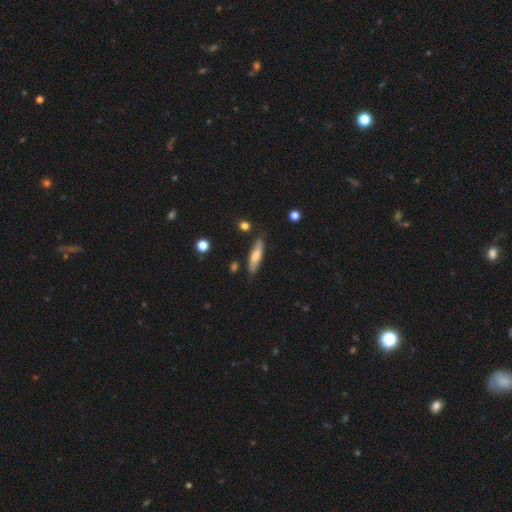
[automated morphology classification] smooth_or_featured: smooth (p=0.68) [alt: featured or disk p=0.26]
how_rounded: cigar-shaped (p=0.72) [alt: in between p=0.27]
merging: none (p=0.80) [alt: minor disturbance p=0.14]